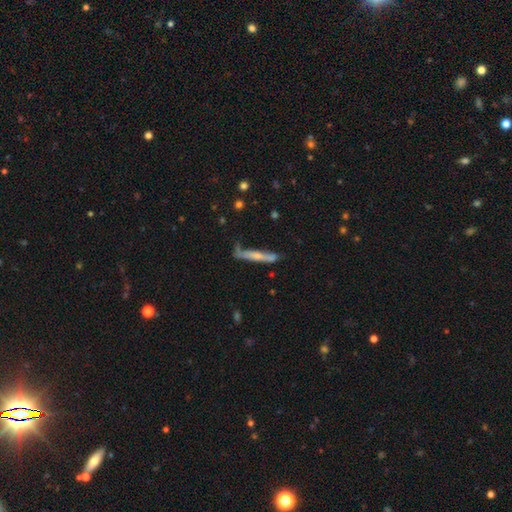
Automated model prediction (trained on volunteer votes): A smooth galaxy with no disk features (49%). Merging: none (55%).